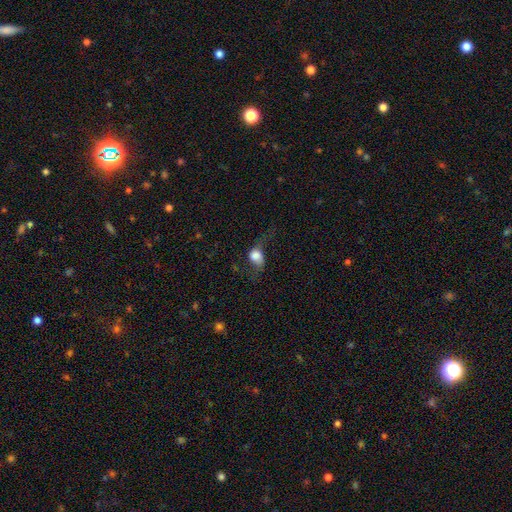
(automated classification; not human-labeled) The model was most divided on "how rounded": round: 49%, in between: 48%, cigar-shaped: 3%. Remaining: smooth or featured — smooth (60%); merging — major disturbance (44%).